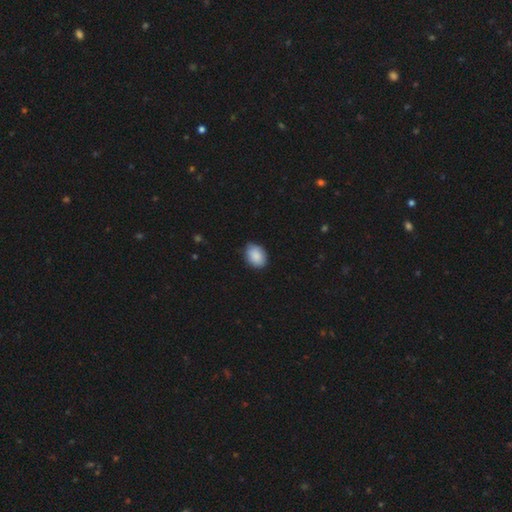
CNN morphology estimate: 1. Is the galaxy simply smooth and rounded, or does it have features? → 89% smooth, 7% star or artifact, 4% featured or disk.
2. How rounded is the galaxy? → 72% in between, 27% round, 1% cigar-shaped.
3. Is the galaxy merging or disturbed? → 80% none, 17% minor disturbance, 2% major disturbance, 1% merger.